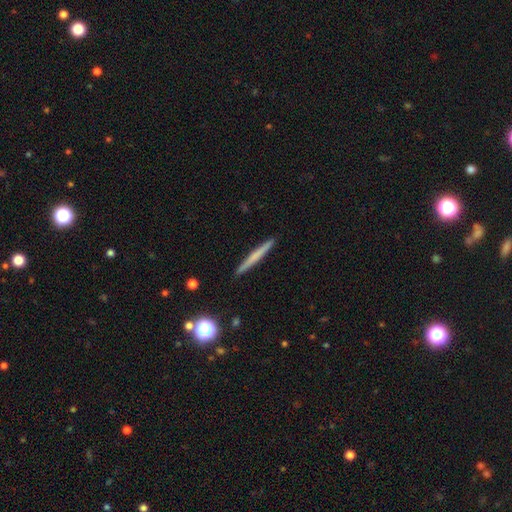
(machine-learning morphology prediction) This appears to be a smooth galaxy with no disk features (53%) that is cigar-shaped (96%). Merging: none (92%).